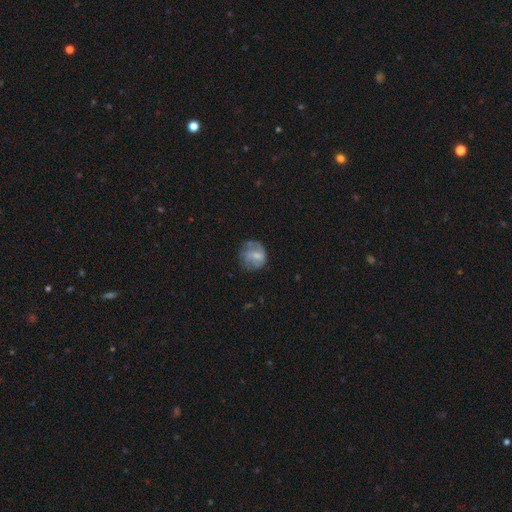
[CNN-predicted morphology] Smooth or featured: featured or disk — 49% (smooth — 42%)
Merging: none — 55% (minor disturbance — 25%)